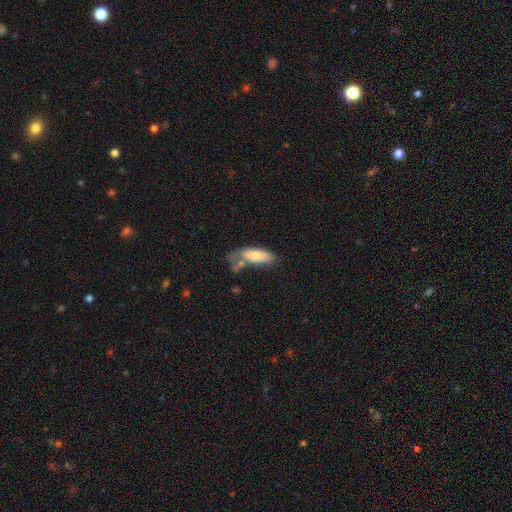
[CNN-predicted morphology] smooth_or_featured: smooth (p=0.77) [alt: featured or disk p=0.17]
how_rounded: in between (p=0.70) [alt: cigar-shaped p=0.28]
merging: none (p=0.43) [alt: minor disturbance p=0.25]